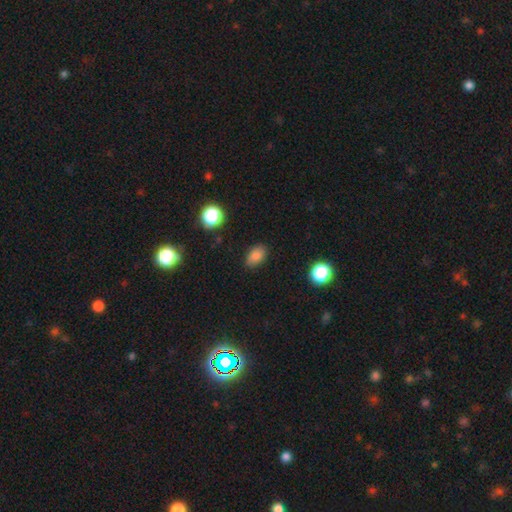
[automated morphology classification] The model was most divided on "how rounded": in between: 85%, round: 14%, cigar-shaped: 2%. More confident: merging — none (85%); smooth or featured — smooth (83%).